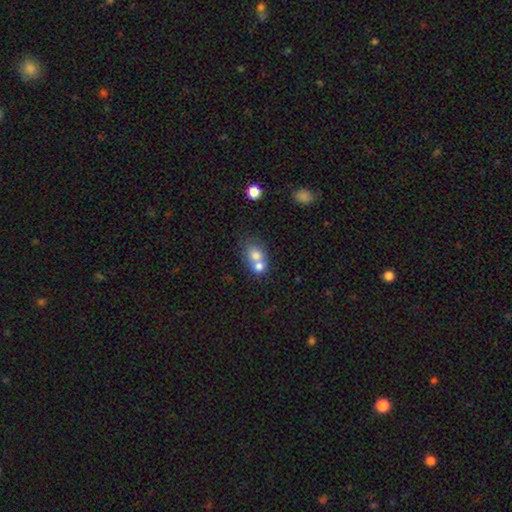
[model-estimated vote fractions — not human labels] Smooth or featured? smooth (72%)
How rounded? round (56%)
Merging? merger (63%)